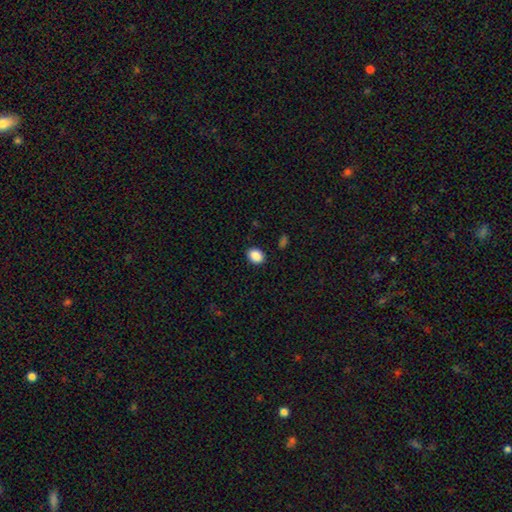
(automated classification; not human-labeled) Morphology: type=smooth (88%); roundness=in between (62%); merging=none (89%).